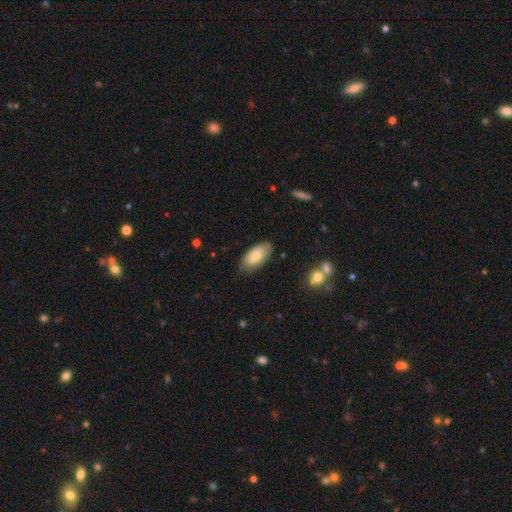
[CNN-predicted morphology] The model was most divided on "merging": none: 79%, minor disturbance: 16%, major disturbance: 3%, merger: 1%. More confident: how rounded — in between (92%); smooth or featured — smooth (79%).